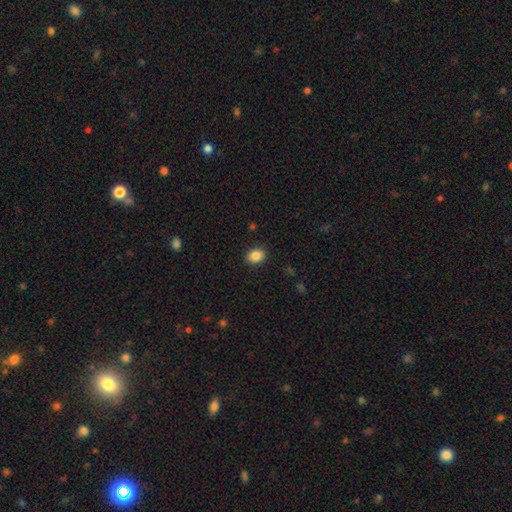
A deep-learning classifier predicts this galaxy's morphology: Overall: smooth (86%). How rounded: in between (62%; round 37%). Merging: none (90%).